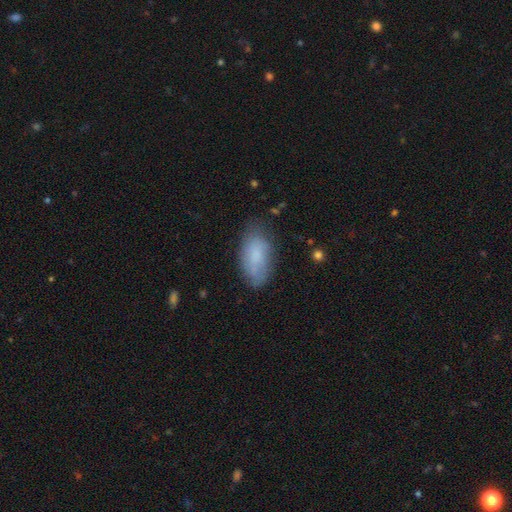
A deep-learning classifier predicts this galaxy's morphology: smooth 73%, featured or disk 19%, star or artifact 8%. Down the decision tree: how rounded — in between (93%); merging — none (67%).